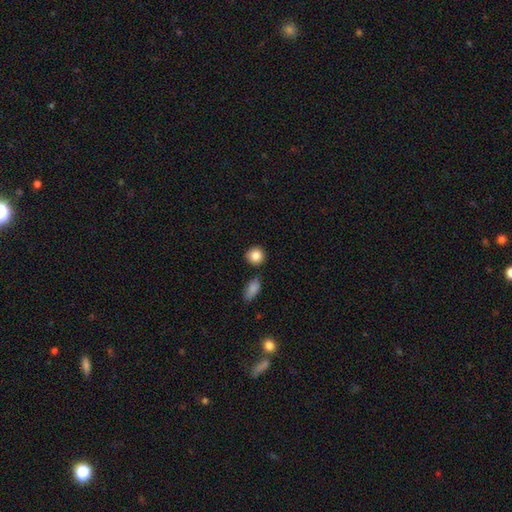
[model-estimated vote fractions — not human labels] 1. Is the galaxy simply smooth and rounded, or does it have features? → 86% smooth, 8% star or artifact, 6% featured or disk.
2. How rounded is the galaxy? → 86% round, 13% in between, 1% cigar-shaped.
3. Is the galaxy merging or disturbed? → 81% none, 10% minor disturbance, 6% merger, 3% major disturbance.